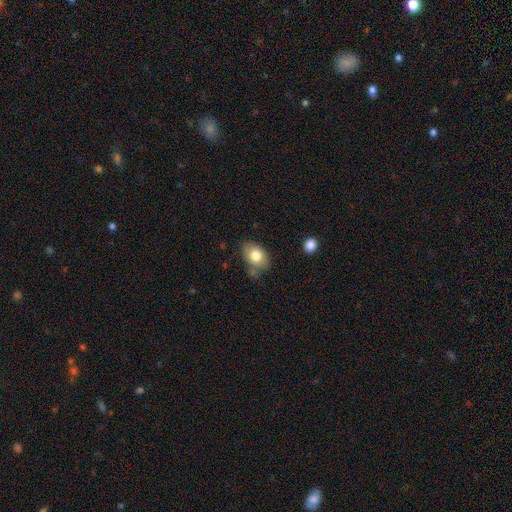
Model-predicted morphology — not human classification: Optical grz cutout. It shows a smooth galaxy with no disk features (78%) that is in between round and cigar-shaped (79%). Merging: none (66%).